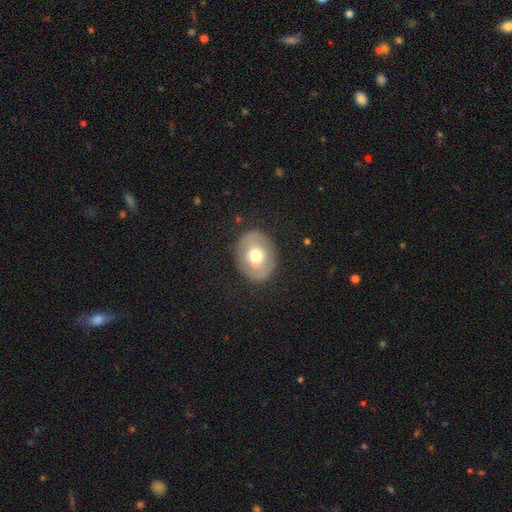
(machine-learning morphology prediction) A smooth galaxy with no disk features (53%) that is round (56%).

Vote fractions:
- Smooth or featured? smooth: 53% / featured or disk: 40% / star or artifact: 7%
- How rounded? round: 56% / in between: 43% / cigar-shaped: 1%
- Merging? none: 80% / minor disturbance: 13% / major disturbance: 5% / merger: 2%